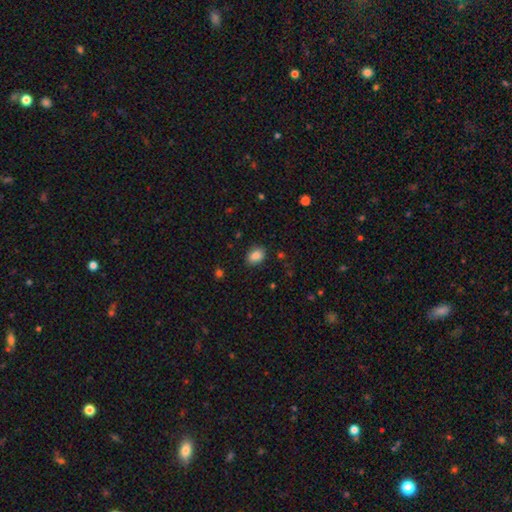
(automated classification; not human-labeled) Smooth or featured? Predicted: smooth (p=0.86). How rounded? Predicted: in between (p=0.68). Merging? Predicted: none (p=0.85).